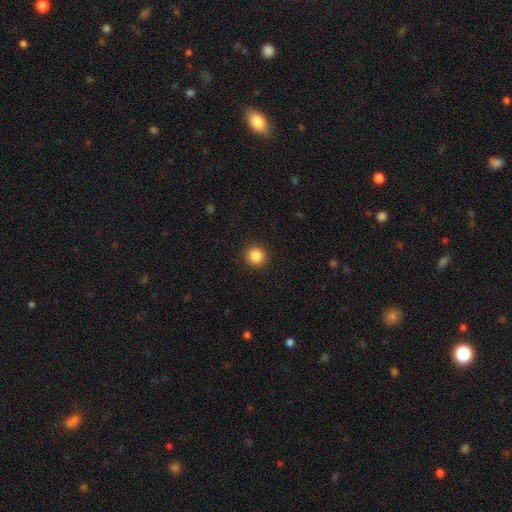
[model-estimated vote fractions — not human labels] Smooth or featured?
  - smooth: 86% *
  - star or artifact: 10%
  - featured or disk: 4%
How rounded?
  - round: 94% *
  - in between: 5%
  - cigar-shaped: 1%
Merging?
  - none: 92% *
  - minor disturbance: 5%
  - major disturbance: 2%
  - merger: 1%